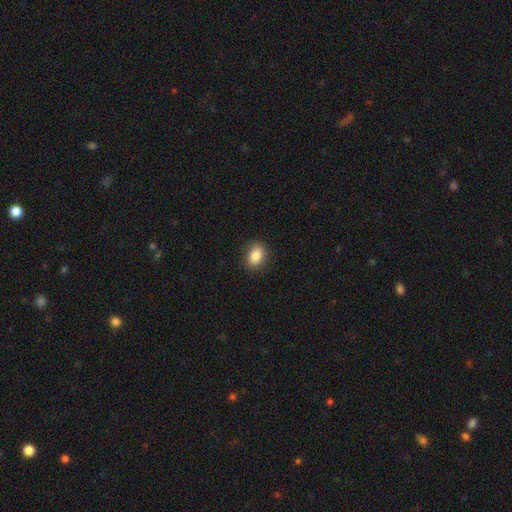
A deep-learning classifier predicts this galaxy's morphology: Smooth or featured? smooth (84%)
How rounded? in between (70%)
Merging? none (87%)